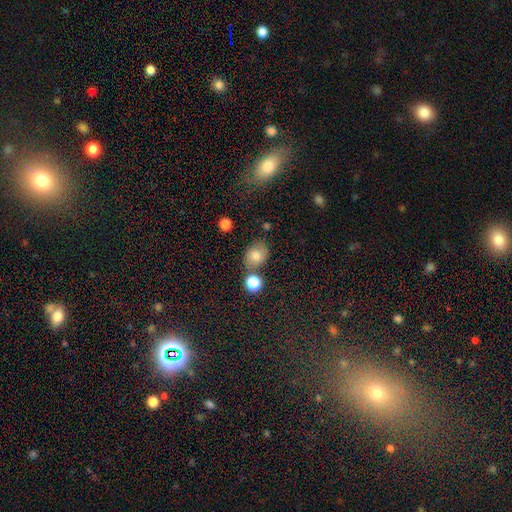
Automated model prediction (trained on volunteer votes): Smooth or featured: smooth — 78% (star or artifact — 12%)
How rounded: in between — 53% (round — 46%)
Merging: none — 70% (minor disturbance — 15%)